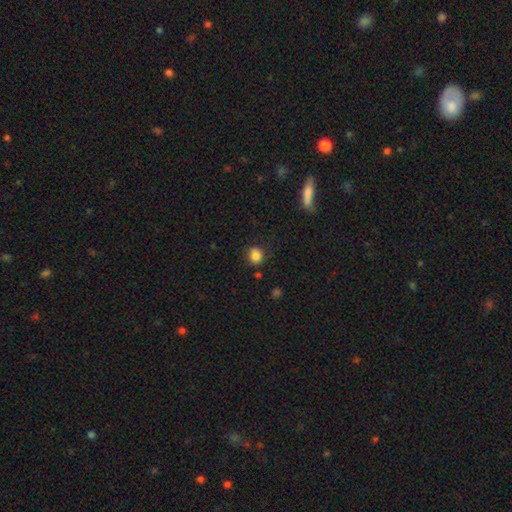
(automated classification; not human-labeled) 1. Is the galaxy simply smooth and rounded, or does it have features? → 84% smooth, 11% star or artifact, 5% featured or disk.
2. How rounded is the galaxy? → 75% round, 24% in between, 1% cigar-shaped.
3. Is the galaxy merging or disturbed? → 80% none, 14% minor disturbance, 4% major disturbance, 3% merger.